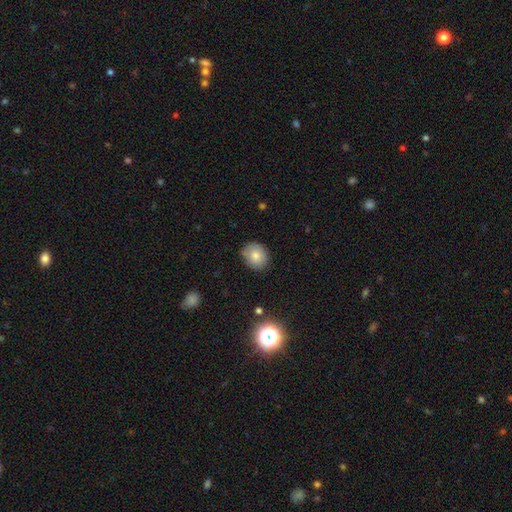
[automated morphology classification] A smooth galaxy with no disk features (80%) that is round (66%).

Vote fractions:
- Smooth or featured? smooth: 80% / featured or disk: 10% / star or artifact: 10%
- How rounded? round: 66% / in between: 33% / cigar-shaped: 1%
- Merging? none: 78% / minor disturbance: 17% / major disturbance: 3% / merger: 2%